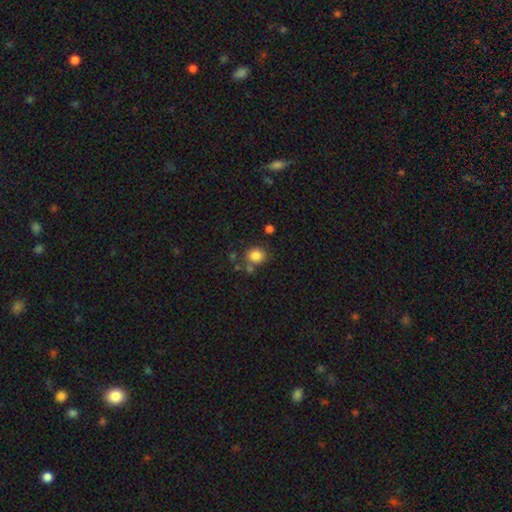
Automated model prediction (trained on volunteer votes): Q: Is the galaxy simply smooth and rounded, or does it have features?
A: smooth — 83%.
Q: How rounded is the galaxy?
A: round — 72%.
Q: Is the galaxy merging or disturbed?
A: none — 71%.